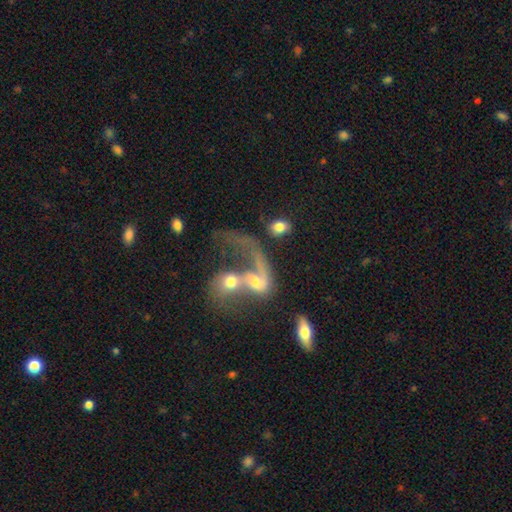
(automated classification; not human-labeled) Q: Smooth or featured?
A: featured or disk (64%); runner-up: smooth (22%)
Q: Edge-on disk?
A: no (95%); runner-up: yes (5%)
Q: Bar?
A: no (67%); runner-up: weak (24%)
Q: Spiral arms?
A: yes (63%); runner-up: no (37%)
Q: Bulge size?
A: moderate (45%); runner-up: small (31%)
Q: Merging?
A: merger (71%); runner-up: major disturbance (12%)